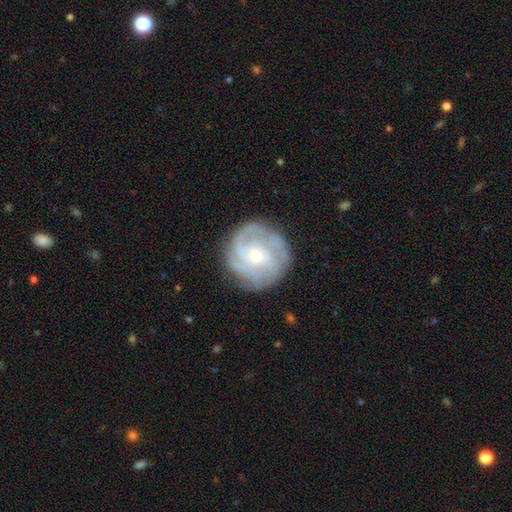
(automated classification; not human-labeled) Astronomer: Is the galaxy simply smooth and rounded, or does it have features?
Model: featured or disk — 81%.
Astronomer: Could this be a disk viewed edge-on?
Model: no — 98%.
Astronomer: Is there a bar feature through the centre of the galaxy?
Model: no — 69%.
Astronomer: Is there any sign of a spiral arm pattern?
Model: yes — 94%.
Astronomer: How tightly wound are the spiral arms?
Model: tight — 65%.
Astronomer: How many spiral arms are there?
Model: can't tell — 30% (runner-up: 3, 27%).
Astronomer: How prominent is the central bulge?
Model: small — 64%.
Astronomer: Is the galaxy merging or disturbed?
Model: none — 80%.